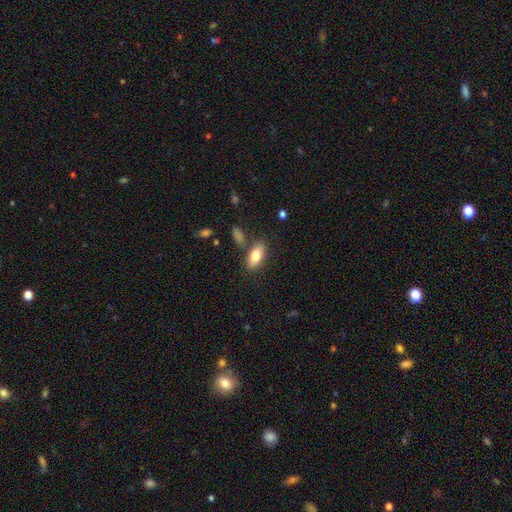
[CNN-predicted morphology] The model was most divided on "merging": none: 74%, minor disturbance: 13%, merger: 9%, major disturbance: 4%. More confident: how rounded — in between (85%); smooth or featured — smooth (78%).